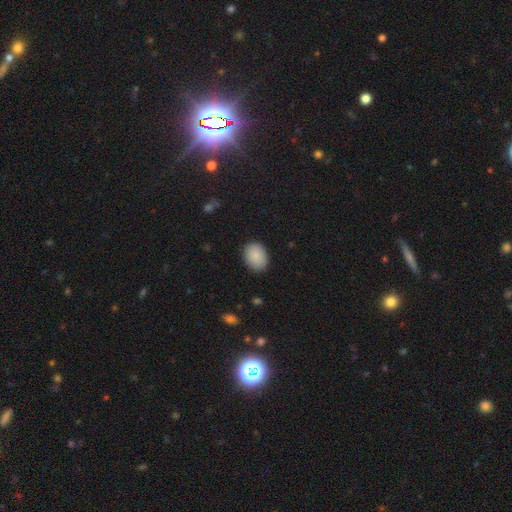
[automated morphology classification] type=smooth (88%); roundness=in between (65%); merging=none (87%).